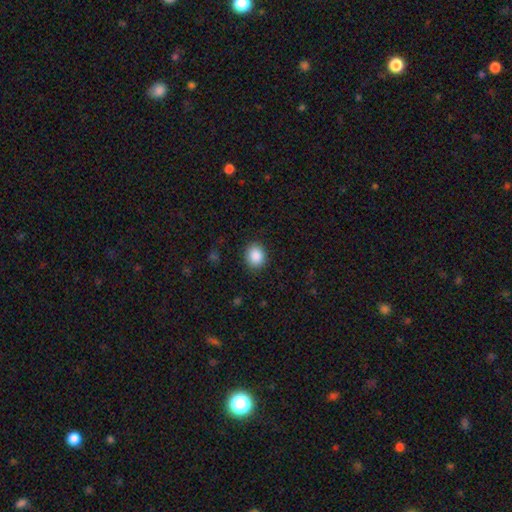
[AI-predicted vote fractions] smooth 88%, star or artifact 8%, featured or disk 3%. Down the decision tree: how rounded — round (65%); merging — none (88%).